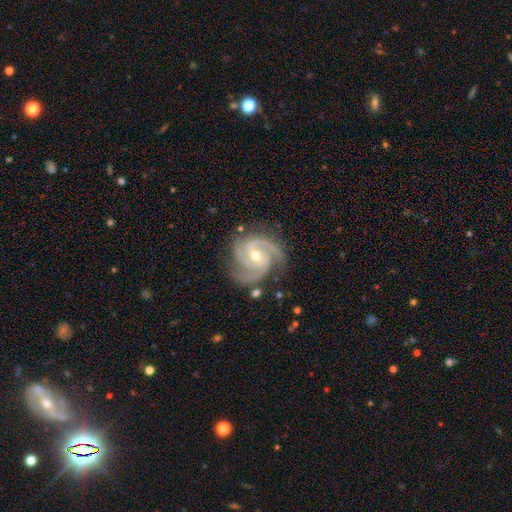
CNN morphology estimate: Q: Smooth or featured?
A: featured or disk (93%); runner-up: star or artifact (4%)
Q: Edge-on disk?
A: no (98%); runner-up: yes (2%)
Q: Bar?
A: no (53%); runner-up: weak (34%)
Q: Spiral arms?
A: yes (99%); runner-up: no (1%)
Q: Spiral winding?
A: tight (51%); runner-up: medium (44%)
Q: Spiral arm count?
A: 3 (72%); runner-up: 2 (11%)
Q: Bulge size?
A: moderate (49%); runner-up: small (48%)
Q: Merging?
A: none (78%); runner-up: minor disturbance (16%)